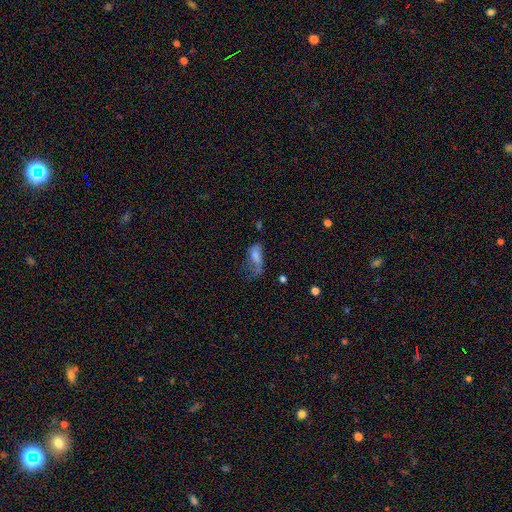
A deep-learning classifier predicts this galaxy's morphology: A smooth galaxy with no disk features (51%) that is in between round and cigar-shaped (78%).

Vote fractions:
- Smooth or featured? smooth: 51% / featured or disk: 34% / star or artifact: 15%
- How rounded? in between: 78% / cigar-shaped: 16% / round: 6%
- Merging? major disturbance: 44% / none: 26% / minor disturbance: 24% / merger: 6%